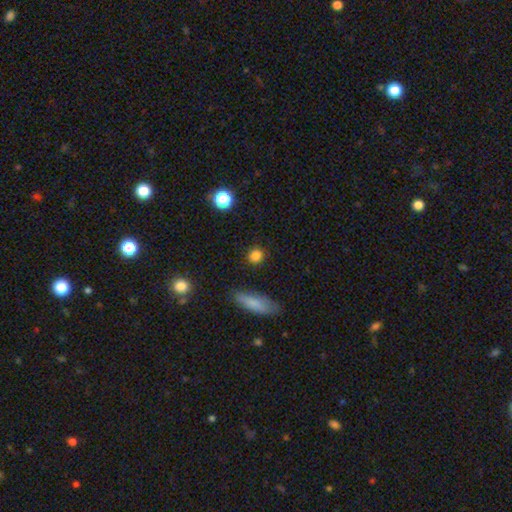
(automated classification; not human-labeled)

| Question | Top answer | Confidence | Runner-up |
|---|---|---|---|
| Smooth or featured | smooth | 84% | star or artifact (11%) |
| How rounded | round | 83% | in between (14%) |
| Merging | none | 88% | minor disturbance (7%) |